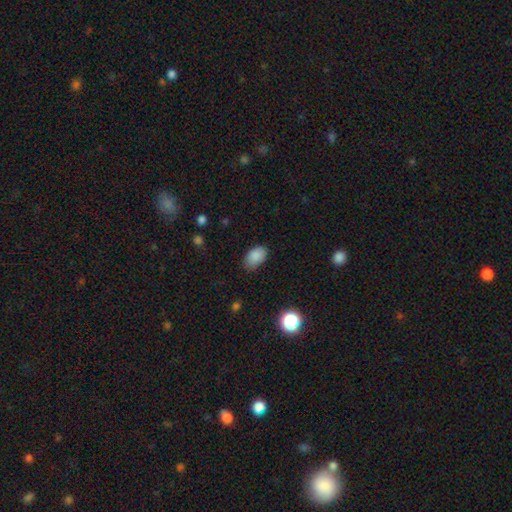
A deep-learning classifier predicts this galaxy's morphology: smooth 87%, star or artifact 9%, featured or disk 4%. Down the decision tree: how rounded — in between (90%); merging — none (79%).